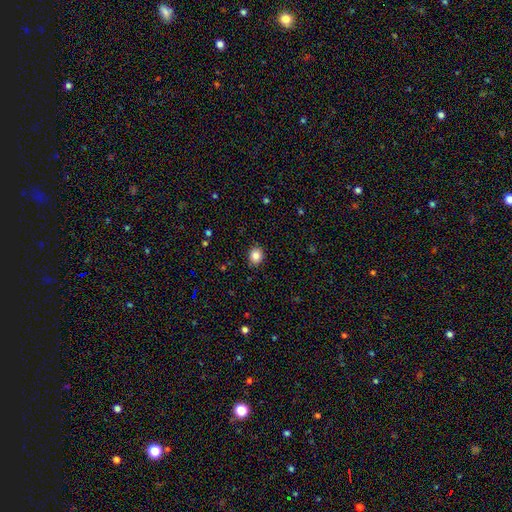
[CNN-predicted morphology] smooth-or-featured: smooth: 85% | star or artifact: 10% | featured or disk: 5%
  how-rounded: round: 67% | in between: 32% | cigar-shaped: 1%
  merging: none: 88% | minor disturbance: 8% | major disturbance: 2% | merger: 1%